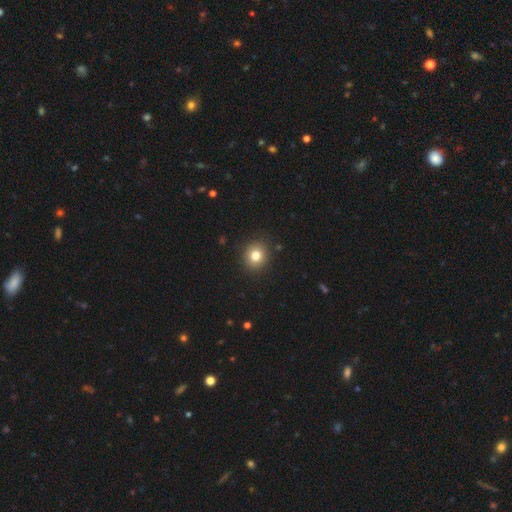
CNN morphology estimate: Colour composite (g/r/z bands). It shows a smooth galaxy with no disk features (81%) that is round (85%). Merging: none (90%).